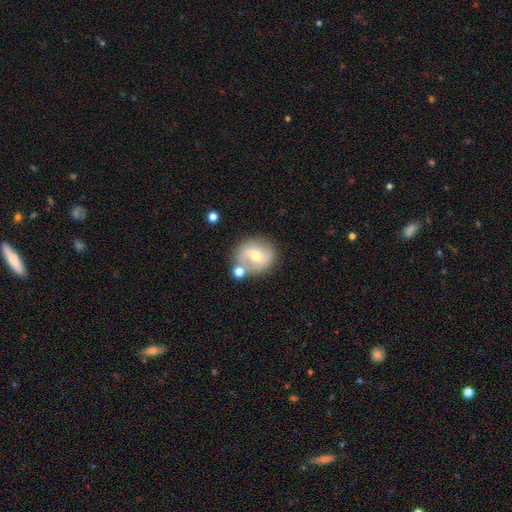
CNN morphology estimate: Overall: featured or disk (59%; smooth 32%). Edge-on disk: no (96%). Bar: weak (41%, tied with no). Spiral arms: yes (79%). Bulge size: moderate (51%; small 45%). Merging: none (62%).